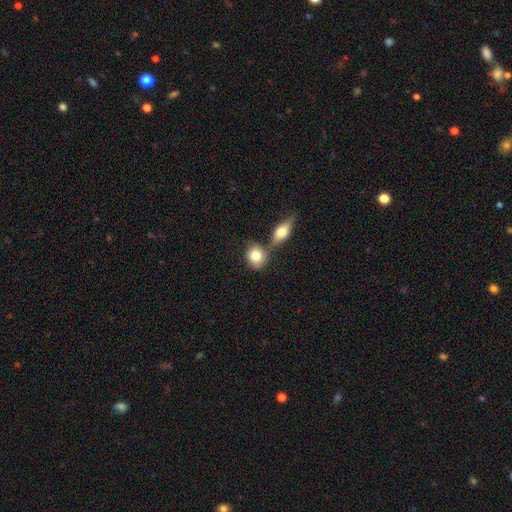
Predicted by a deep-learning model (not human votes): Smooth or featured? Predicted: smooth (p=0.81). How rounded? Predicted: round (p=0.60). Merging? Predicted: none (p=0.52).